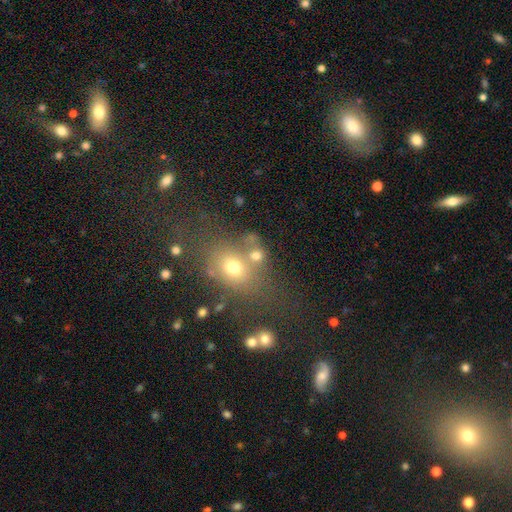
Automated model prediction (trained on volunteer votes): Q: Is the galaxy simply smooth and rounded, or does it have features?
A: smooth — 64%.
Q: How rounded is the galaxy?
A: round — 53%.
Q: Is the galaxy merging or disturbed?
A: none — 46%.